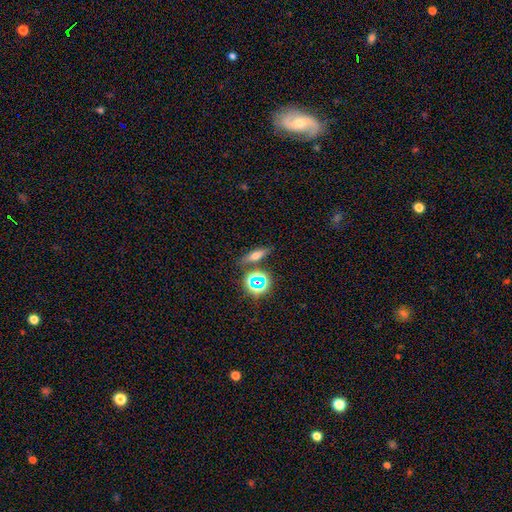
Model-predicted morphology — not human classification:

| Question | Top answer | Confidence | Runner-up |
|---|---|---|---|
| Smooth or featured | smooth | 56% | featured or disk (25%) |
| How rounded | cigar-shaped | 51% | in between (37%) |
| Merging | none | 78% | minor disturbance (11%) |